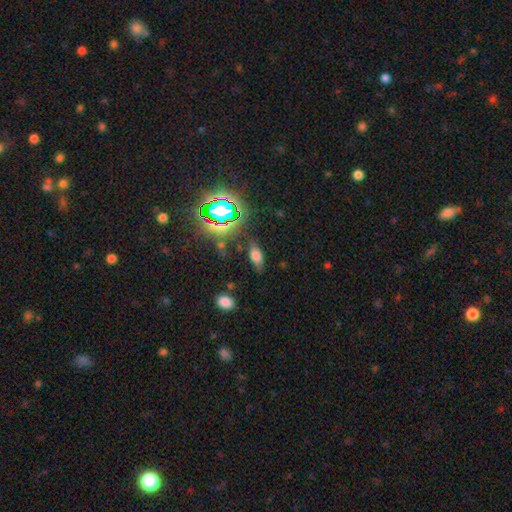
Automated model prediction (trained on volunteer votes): The model was most divided on "smooth or featured": smooth: 65%, star or artifact: 21%, featured or disk: 14%. More confident: how rounded — in between (83%); merging — none (74%).